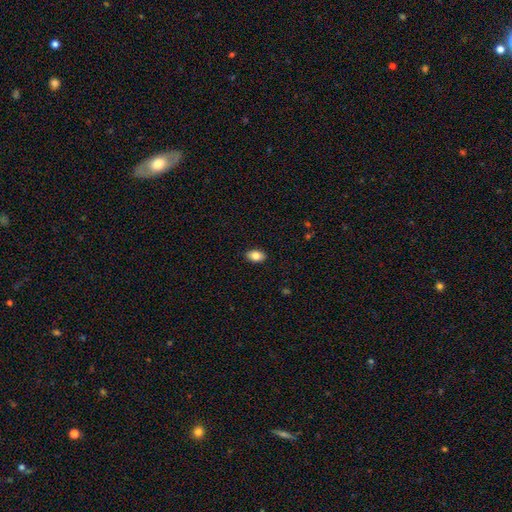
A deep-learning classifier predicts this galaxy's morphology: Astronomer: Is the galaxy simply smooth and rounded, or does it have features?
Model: smooth — 83%.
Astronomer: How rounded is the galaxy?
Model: in between — 90%.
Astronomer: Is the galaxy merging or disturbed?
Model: none — 89%.